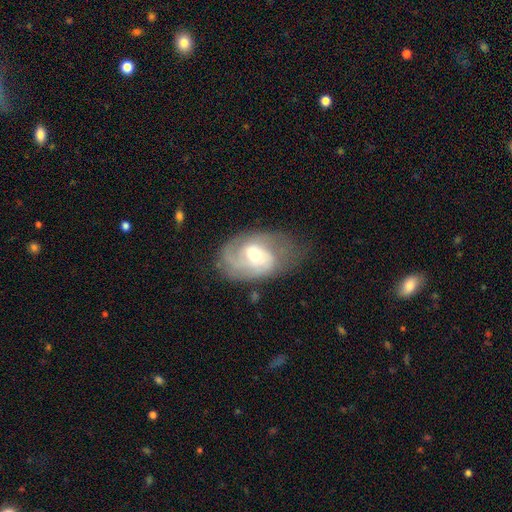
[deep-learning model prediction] featured or disk 74%, smooth 20%, star or artifact 6%. Down the decision tree: edge-on disk — no (96%); bar — no (52%); spiral arms — yes (88%); spiral arm count — 2 (44%); spiral winding — tight (41%, tied with medium); bulge size — moderate (61%); merging — none (52%).